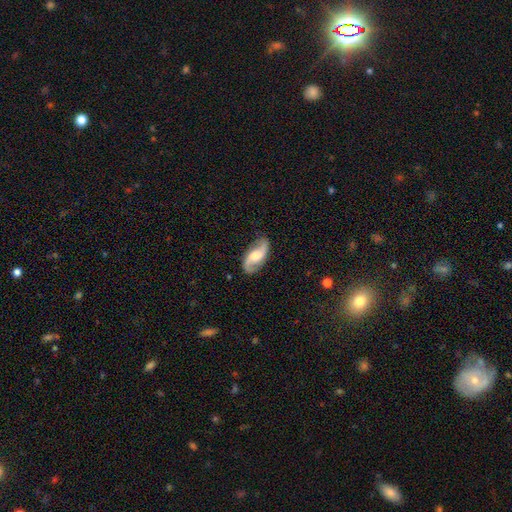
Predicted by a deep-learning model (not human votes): smooth_or_featured: featured or disk (p=0.80) [alt: smooth p=0.15]
disk_edge_on: no (p=0.96) [alt: yes p=0.04]
bar: no (p=0.46) [alt: weak p=0.41]
has_spiral_arms: yes (p=0.96) [alt: no p=0.04]
spiral_winding: loose (p=0.52) [alt: medium p=0.36]
spiral_arm_count: 2 (p=0.93) [alt: can't tell p=0.03]
bulge_size: moderate (p=0.54) [alt: small p=0.23]
merging: none (p=0.82) [alt: minor disturbance p=0.13]